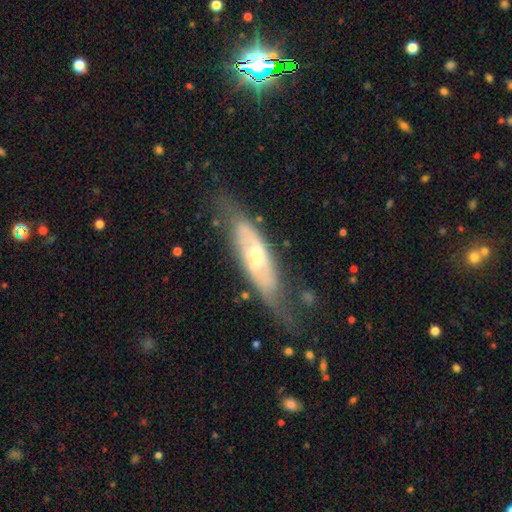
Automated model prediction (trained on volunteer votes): This is likely a featured or disk galaxy (65%). It is likely not viewed edge-on (63%). Merging: possibly none (57%).